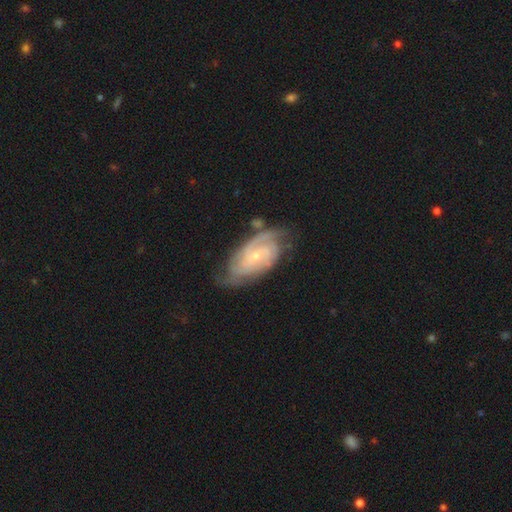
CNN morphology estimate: This appears to be a featured or disk galaxy (85%) with no bar (62%), 2 (35%) tight (65%) spiral arms (96%) and a small central bulge (77%). Merging: none (65%).